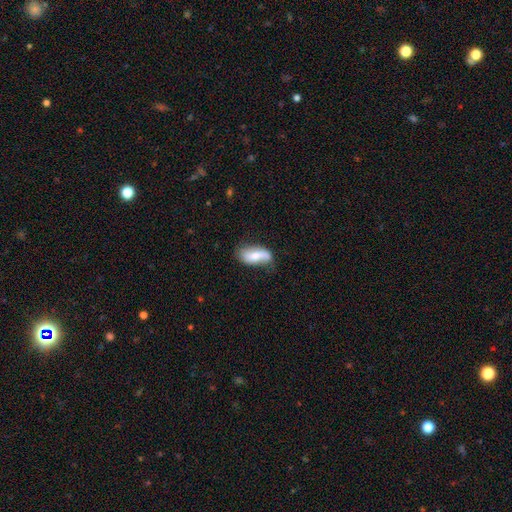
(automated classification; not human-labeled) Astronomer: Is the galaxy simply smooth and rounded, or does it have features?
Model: smooth — 52% (runner-up: featured or disk, 41%).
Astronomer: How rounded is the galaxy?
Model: in between — 85%.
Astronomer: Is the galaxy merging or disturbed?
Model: none — 55% (runner-up: minor disturbance, 32%).